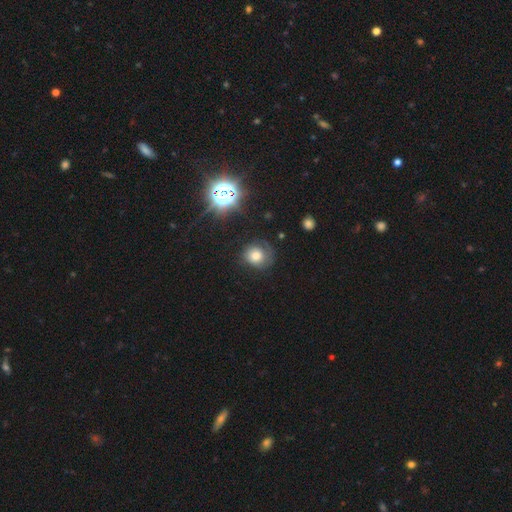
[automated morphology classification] A smooth galaxy with no disk features (65%) that is round (79%).

Vote fractions:
- Smooth or featured? smooth: 65% / featured or disk: 19% / star or artifact: 16%
- How rounded? round: 79% / in between: 20% / cigar-shaped: 1%
- Merging? none: 62% / minor disturbance: 23% / major disturbance: 13% / merger: 2%